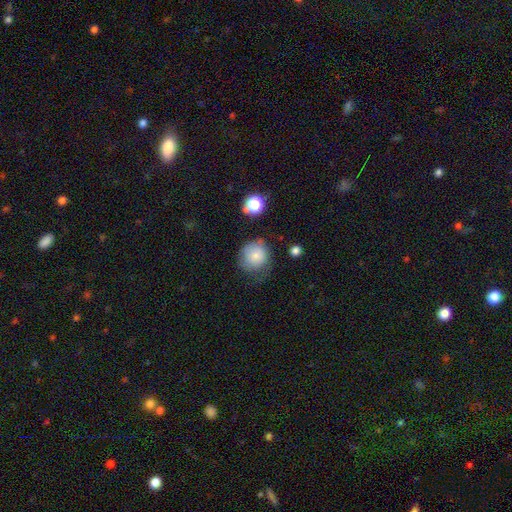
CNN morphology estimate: smooth 77%, featured or disk 13%, star or artifact 10%. Down the decision tree: how rounded — round (84%); merging — none (56%).